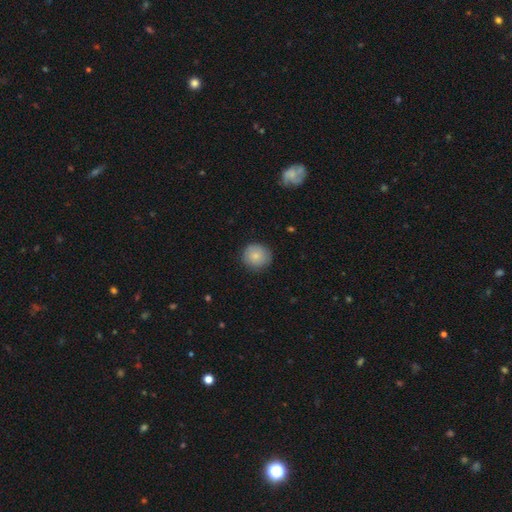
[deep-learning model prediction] A smooth galaxy with no disk features (82%) that is round (92%). Merging: none (87%).